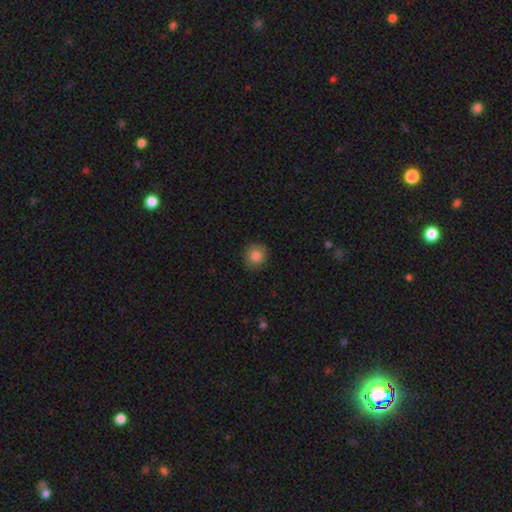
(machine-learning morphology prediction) This appears to be a smooth galaxy with no disk features (84%) that is round (87%). Merging: none (87%).